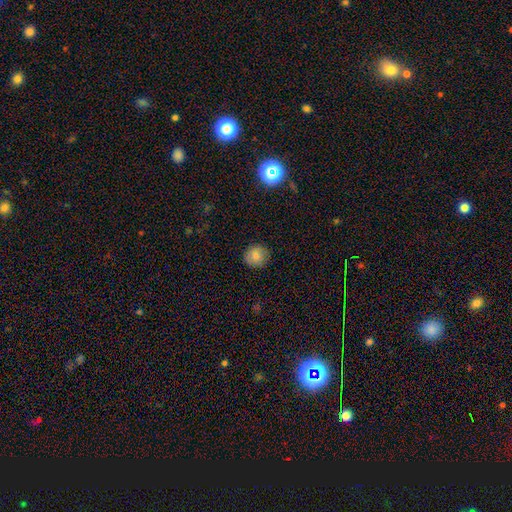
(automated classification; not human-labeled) smooth 82%, star or artifact 10%, featured or disk 8%. Down the decision tree: how rounded — round (89%); merging — none (88%).